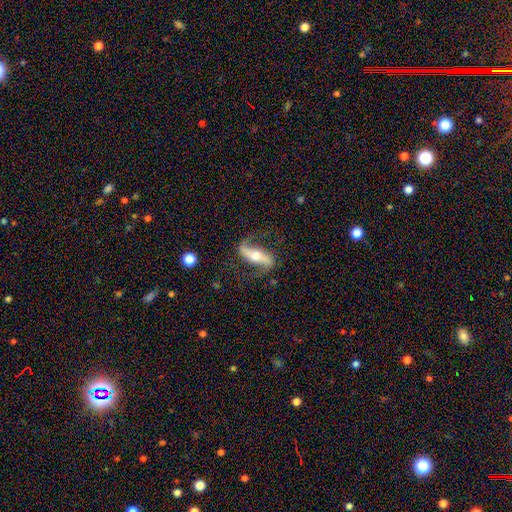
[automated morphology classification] Smooth or featured? featured or disk (80%)
Edge-on disk? no (78%)
Bar? strong (57%)
Spiral arms? yes (92%)
Spiral winding? loose (71%)
Spiral arm count? 2 (91%)
Bulge size? moderate (64%)
Merging? none (75%)